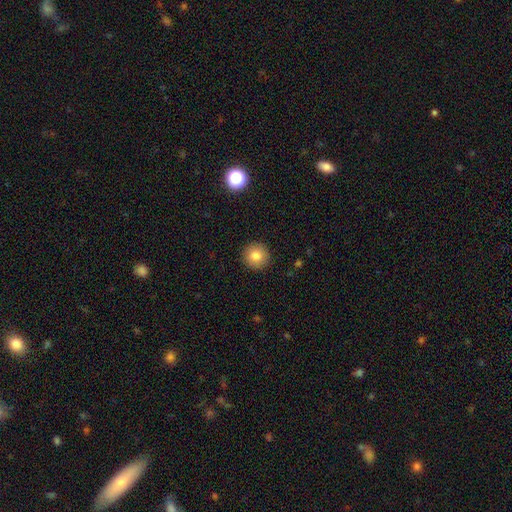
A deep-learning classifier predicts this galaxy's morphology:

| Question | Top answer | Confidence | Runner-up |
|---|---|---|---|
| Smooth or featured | smooth | 81% | star or artifact (10%) |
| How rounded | round | 94% | in between (5%) |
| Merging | none | 92% | minor disturbance (6%) |